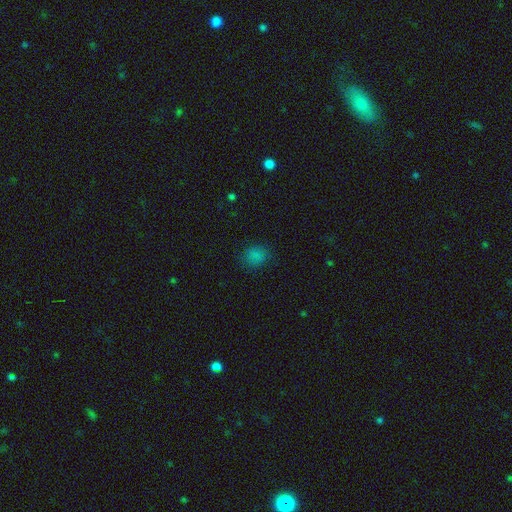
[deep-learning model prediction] smooth_or_featured: smooth (p=0.81) [alt: star or artifact p=0.15]
how_rounded: round (p=0.61) [alt: in between p=0.38]
merging: none (p=0.81) [alt: minor disturbance p=0.14]